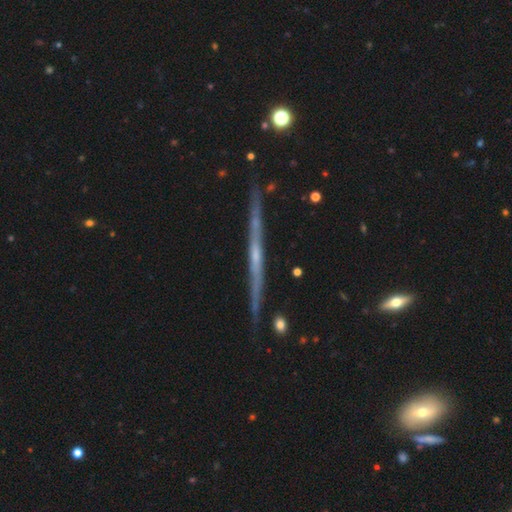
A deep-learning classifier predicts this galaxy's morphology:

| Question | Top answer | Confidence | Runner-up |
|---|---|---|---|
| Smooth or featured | featured or disk | 77% | smooth (17%) |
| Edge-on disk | yes | 98% | no (2%) |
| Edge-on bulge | none | 66% | rounded (27%) |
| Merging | none | 87% | minor disturbance (9%) |